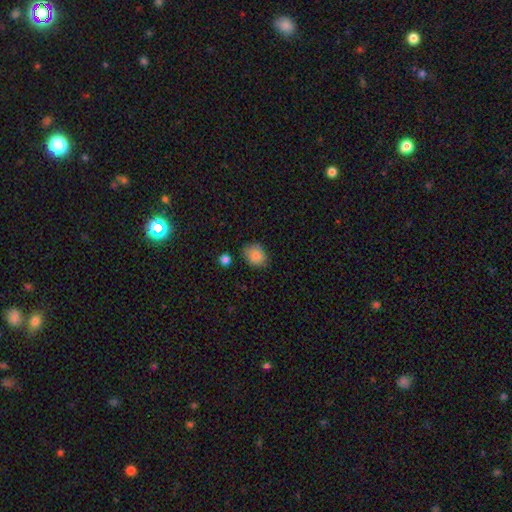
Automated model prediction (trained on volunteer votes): Q: Smooth or featured?
A: smooth (86%); runner-up: star or artifact (8%)
Q: How rounded?
A: in between (59%); runner-up: round (40%)
Q: Merging?
A: none (77%); runner-up: minor disturbance (17%)